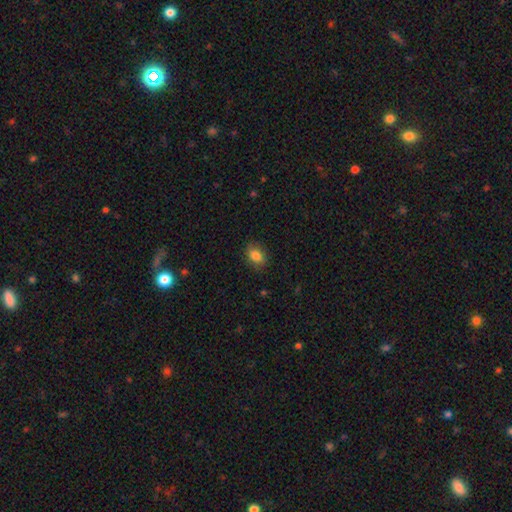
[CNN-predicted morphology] The model was most divided on "how rounded": in between: 73%, round: 25%, cigar-shaped: 1%. More confident: merging — none (86%); smooth or featured — smooth (84%).